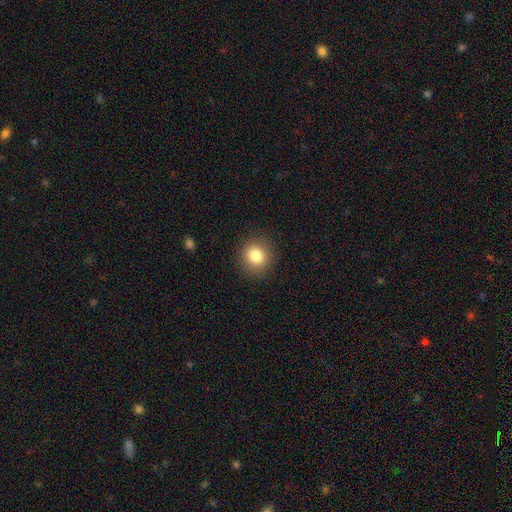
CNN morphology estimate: Overall: smooth (83%). How rounded: round (88%). Merging: none (89%).